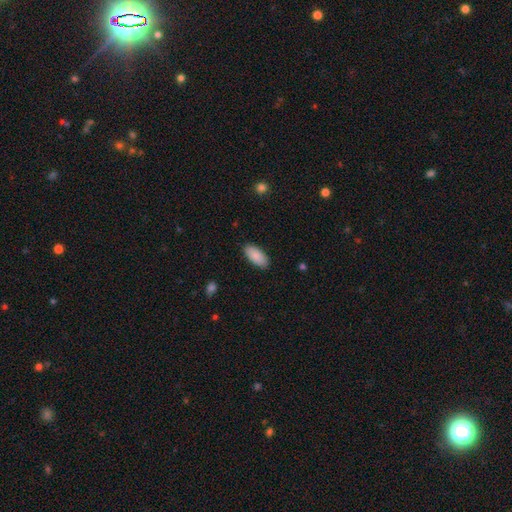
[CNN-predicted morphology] Q: Smooth or featured?
A: smooth (90%); runner-up: star or artifact (6%)
Q: How rounded?
A: in between (89%); runner-up: cigar-shaped (9%)
Q: Merging?
A: none (88%); runner-up: minor disturbance (9%)